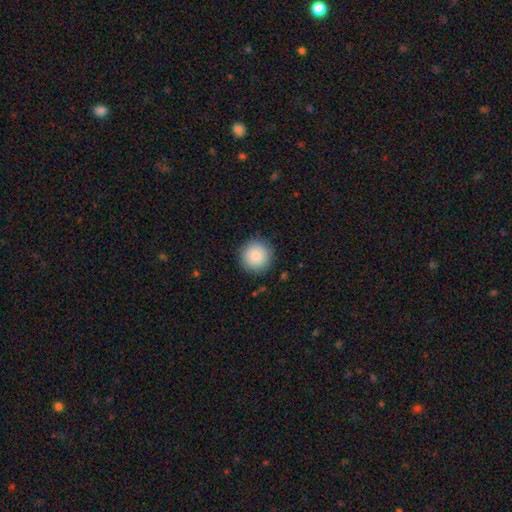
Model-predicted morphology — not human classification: Smooth or featured? smooth (88%)
How rounded? round (96%)
Merging? none (91%)